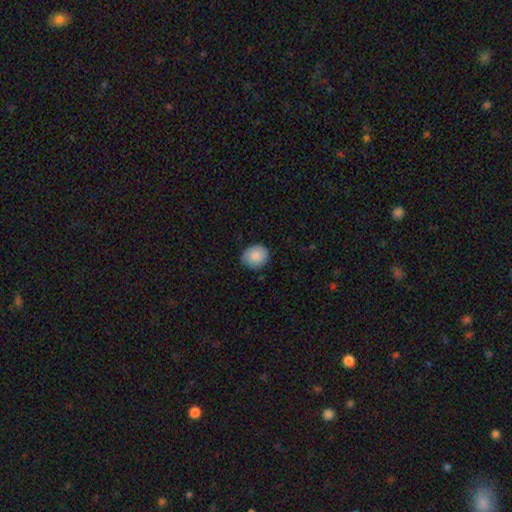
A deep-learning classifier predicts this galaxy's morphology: Q: Smooth or featured?
A: smooth (86%); runner-up: star or artifact (7%)
Q: How rounded?
A: round (69%); runner-up: in between (30%)
Q: Merging?
A: none (80%); runner-up: minor disturbance (16%)